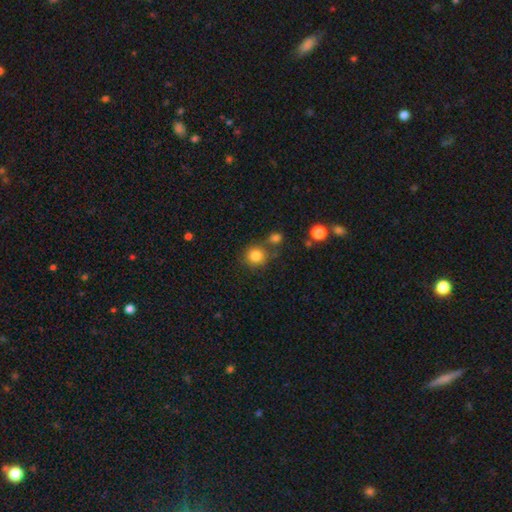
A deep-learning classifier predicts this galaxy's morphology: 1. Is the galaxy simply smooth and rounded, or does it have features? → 83% smooth, 11% star or artifact, 6% featured or disk.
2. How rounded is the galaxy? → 90% round, 9% in between, 1% cigar-shaped.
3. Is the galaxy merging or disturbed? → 70% none, 16% merger, 11% minor disturbance, 4% major disturbance.